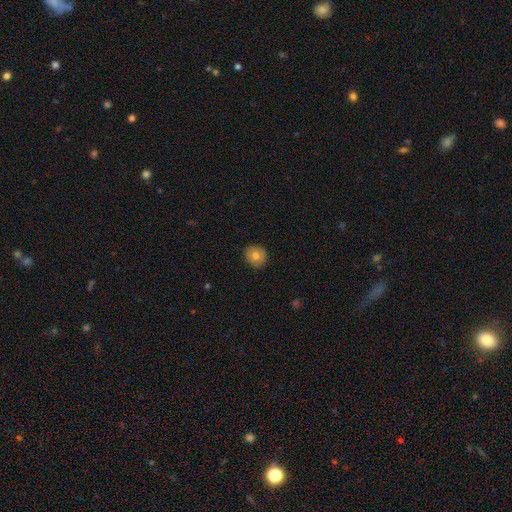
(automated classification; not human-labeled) This appears to be a smooth galaxy with no disk features (73%) that is round (88%). Merging: none (86%).